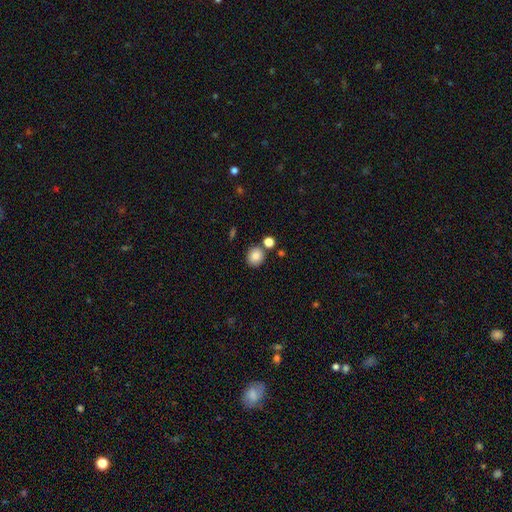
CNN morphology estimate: The model was most divided on "how rounded": round: 76%, in between: 23%, cigar-shaped: 1%. More confident: smooth or featured — smooth (84%); merging — none (77%).